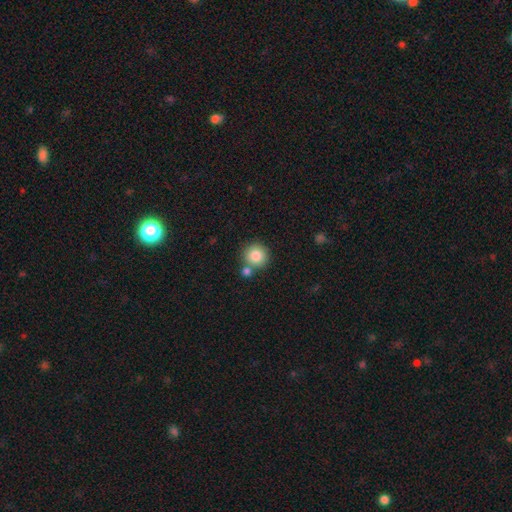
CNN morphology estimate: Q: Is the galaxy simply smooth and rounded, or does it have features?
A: smooth — 84%.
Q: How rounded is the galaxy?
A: round — 92%.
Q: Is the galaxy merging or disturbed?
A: none — 69%.